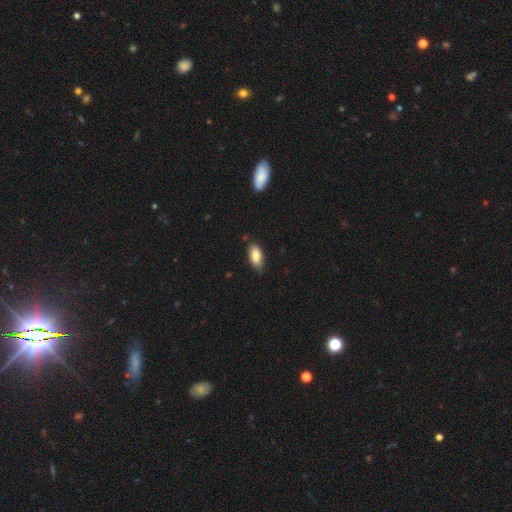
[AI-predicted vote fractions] Overall: smooth (84%). How rounded: in between (91%). Merging: none (77%).